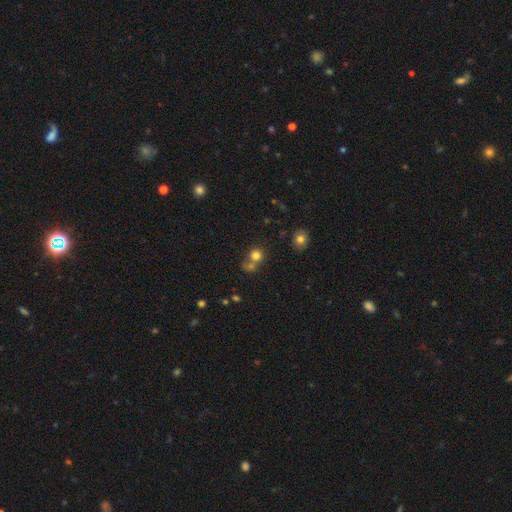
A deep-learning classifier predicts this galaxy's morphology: Smooth or featured? smooth (77%)
How rounded? round (86%)
Merging? none (51%)